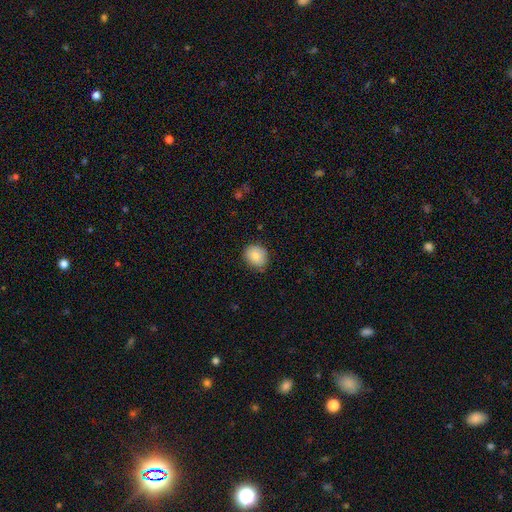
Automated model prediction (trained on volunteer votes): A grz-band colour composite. It shows a smooth galaxy with no disk features (82%) that is round (72%). Merging: none (81%).